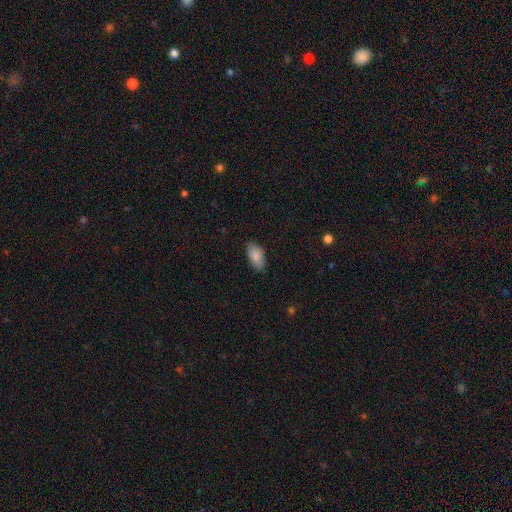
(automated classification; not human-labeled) smooth_or_featured: smooth (p=0.88) [alt: star or artifact p=0.06]
how_rounded: in between (p=0.94) [alt: cigar-shaped p=0.03]
merging: none (p=0.86) [alt: minor disturbance p=0.11]